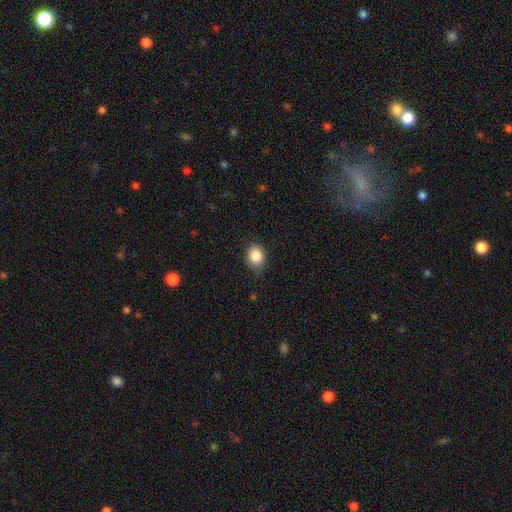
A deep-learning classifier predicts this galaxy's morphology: smooth-or-featured: smooth: 85% | star or artifact: 9% | featured or disk: 5%
  how-rounded: round: 50% | in between: 49% | cigar-shaped: 1%
  merging: none: 79% | minor disturbance: 17% | major disturbance: 3% | merger: 1%